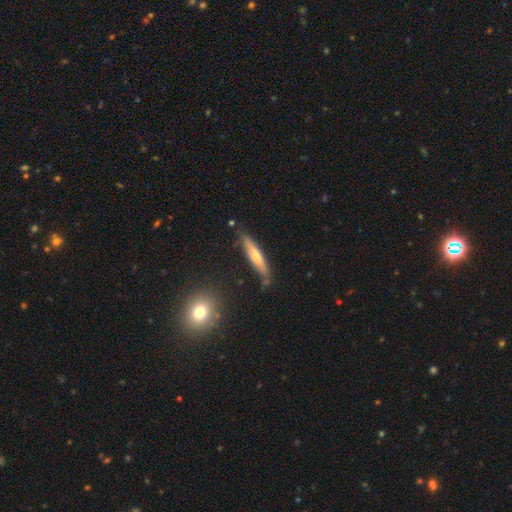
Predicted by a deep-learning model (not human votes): Smooth or featured: smooth — 49% (featured or disk — 44%)
Merging: none — 79% (minor disturbance — 15%)